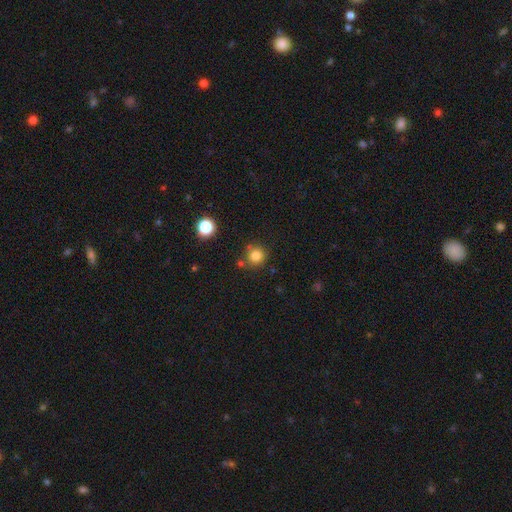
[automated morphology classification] Smooth or featured? smooth (81%)
How rounded? round (92%)
Merging? none (77%)